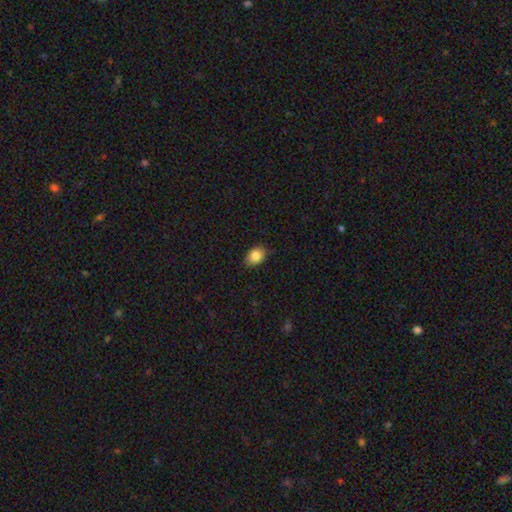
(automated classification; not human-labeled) A smooth galaxy with no disk features (85%) that is in between round and cigar-shaped (70%). Merging: none (80%).